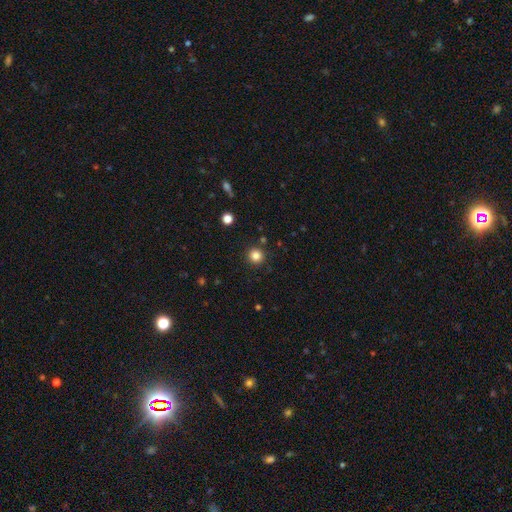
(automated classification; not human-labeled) Smooth or featured: smooth — 83% (star or artifact — 12%)
How rounded: round — 94% (in between — 5%)
Merging: none — 90% (minor disturbance — 6%)